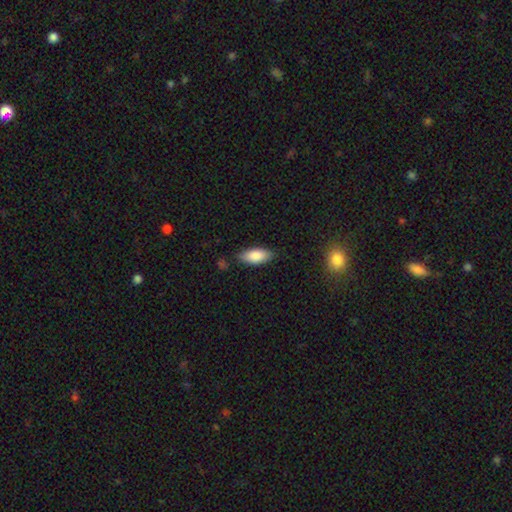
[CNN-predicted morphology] A smooth galaxy with no disk features (85%) that is in between round and cigar-shaped (85%).

Vote fractions:
- Smooth or featured? smooth: 85% / featured or disk: 9% / star or artifact: 7%
- How rounded? in between: 85% / cigar-shaped: 12% / round: 2%
- Merging? none: 81% / minor disturbance: 14% / major disturbance: 3% / merger: 2%